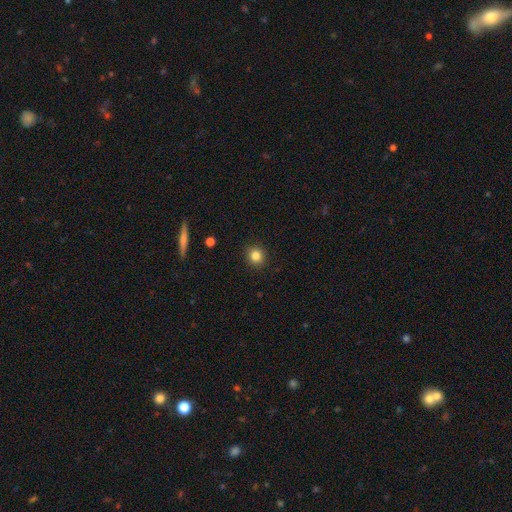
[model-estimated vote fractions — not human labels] Morphology: type=smooth (83%); roundness=round (90%); merging=none (92%).